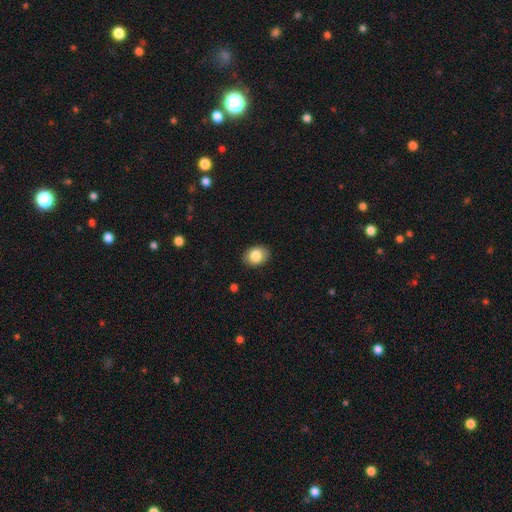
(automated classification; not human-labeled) Morphology: type=smooth (81%); roundness=in between (67%); merging=none (87%).